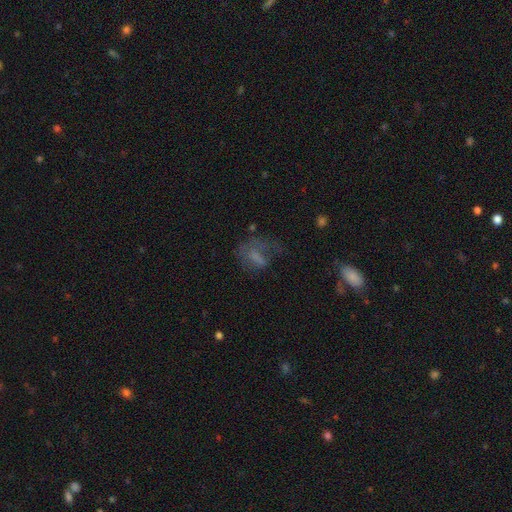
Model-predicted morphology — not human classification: The model was most divided on "smooth or featured": smooth: 49%, featured or disk: 34%, star or artifact: 16%. Remaining: merging — major disturbance (47%).